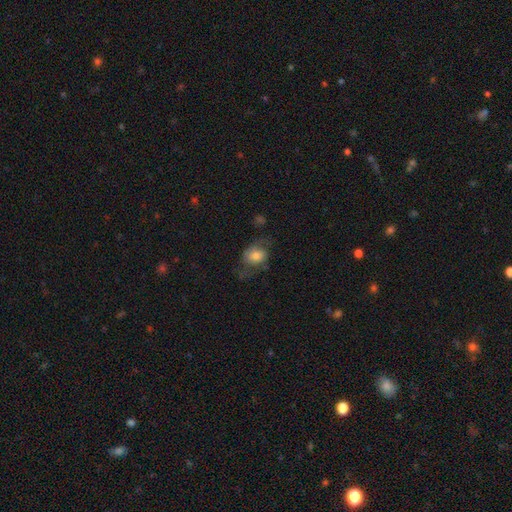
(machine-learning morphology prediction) Smooth or featured? Predicted: smooth (p=0.51). How rounded? Predicted: in between (p=0.60). Merging? Predicted: none (p=0.48).